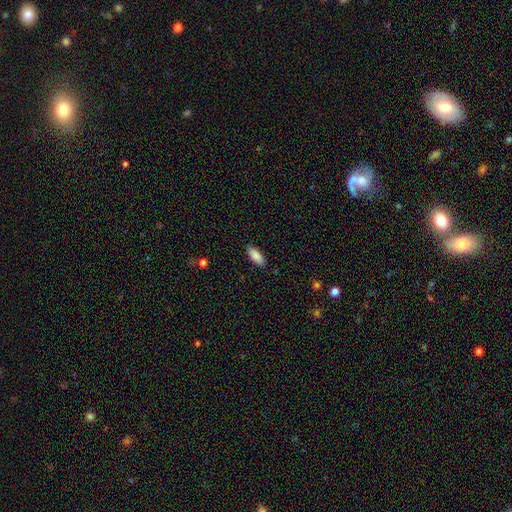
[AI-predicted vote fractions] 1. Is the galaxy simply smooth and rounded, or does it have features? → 88% smooth, 6% star or artifact, 5% featured or disk.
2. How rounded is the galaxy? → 78% in between, 21% cigar-shaped, 2% round.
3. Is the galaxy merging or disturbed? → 88% none, 9% minor disturbance, 2% major disturbance, 1% merger.